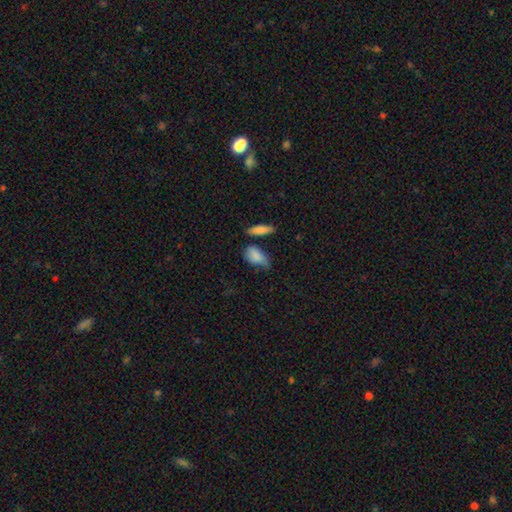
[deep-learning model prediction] smooth-or-featured: smooth: 83% | featured or disk: 10% | star or artifact: 7%
  how-rounded: in between: 87% | cigar-shaped: 7% | round: 6%
  merging: none: 40% | minor disturbance: 36% | major disturbance: 14% | merger: 10%